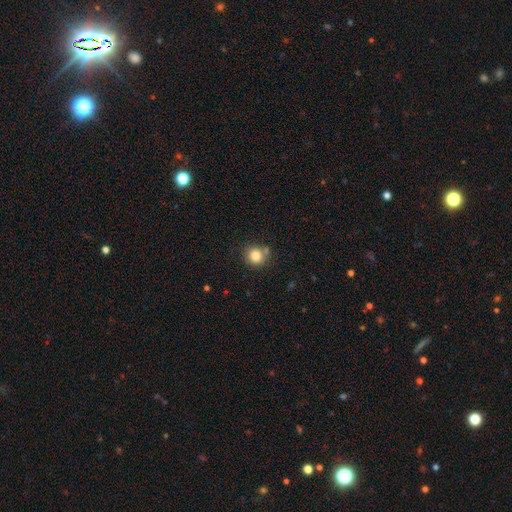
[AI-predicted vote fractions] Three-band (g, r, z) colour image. It shows a smooth galaxy with no disk features (81%) that is round (89%). Merging: none (73%).